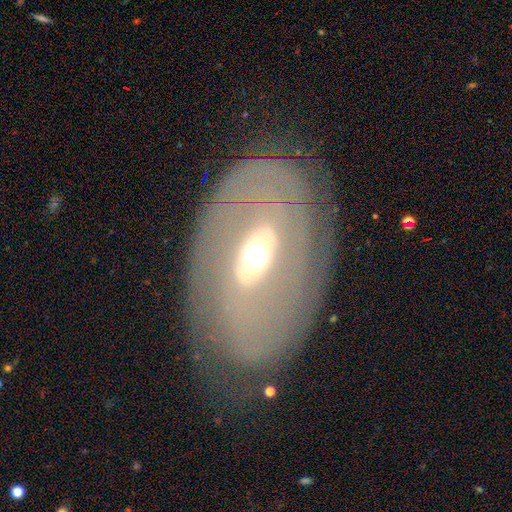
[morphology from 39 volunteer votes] Smooth or featured? 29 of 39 (74%) said featured or disk. Edge-on disk? 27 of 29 (93%) said no. Bar? 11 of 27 (41%) said weak. Spiral arms? 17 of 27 (63%) said yes. Spiral winding? 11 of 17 (65%) said tight. Spiral arm count? 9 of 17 (53%) said can't tell. Bulge size? 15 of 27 (56%) said moderate. Merging? 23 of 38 (61%) said none.